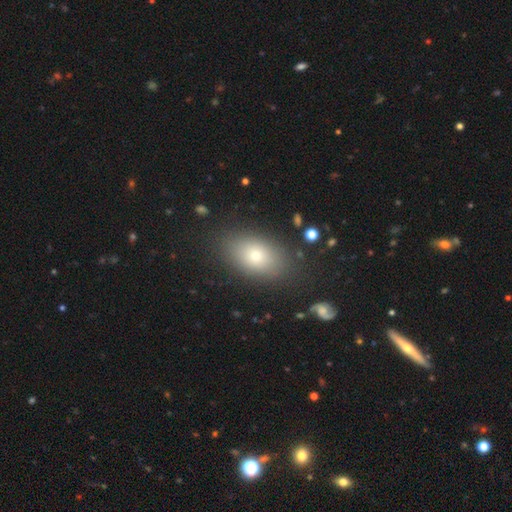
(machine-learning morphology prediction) A smooth galaxy with no disk features (73%) that is in between round and cigar-shaped (82%).

Vote fractions:
- Smooth or featured? smooth: 73% / featured or disk: 15% / star or artifact: 12%
- How rounded? in between: 82% / round: 16% / cigar-shaped: 2%
- Merging? none: 83% / minor disturbance: 11% / major disturbance: 5% / merger: 2%